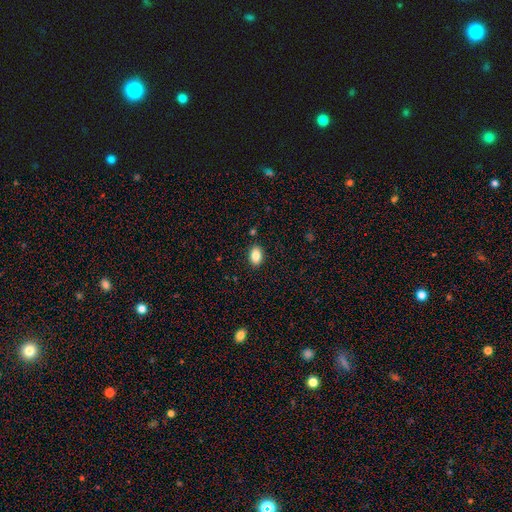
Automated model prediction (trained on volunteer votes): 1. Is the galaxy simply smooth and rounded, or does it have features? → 85% smooth, 8% star or artifact, 6% featured or disk.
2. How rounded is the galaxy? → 86% in between, 13% round, 1% cigar-shaped.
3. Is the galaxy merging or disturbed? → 88% none, 8% minor disturbance, 2% major disturbance, 2% merger.